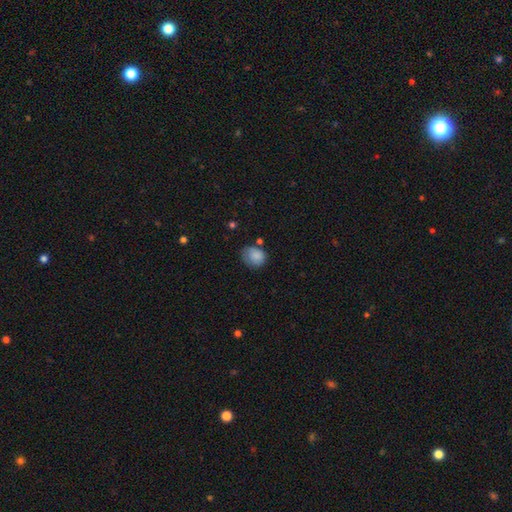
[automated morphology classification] smooth_or_featured: smooth (p=0.85) [alt: star or artifact p=0.09]
how_rounded: round (p=0.57) [alt: in between p=0.42]
merging: none (p=0.58) [alt: minor disturbance p=0.29]